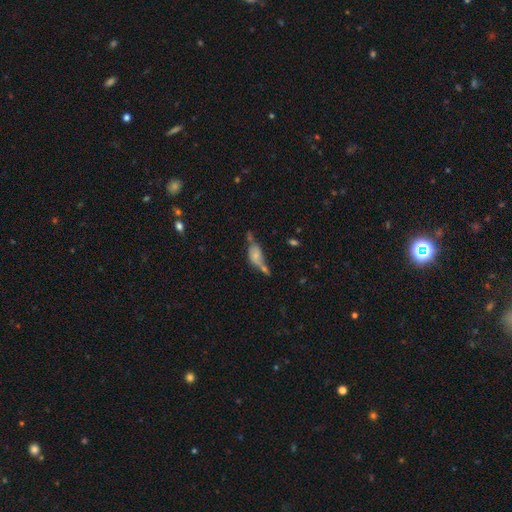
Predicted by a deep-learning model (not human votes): Q: Smooth or featured?
A: smooth (53%); runner-up: featured or disk (36%)
Q: How rounded?
A: in between (80%); runner-up: cigar-shaped (13%)
Q: Merging?
A: merger (36%); runner-up: none (28%)